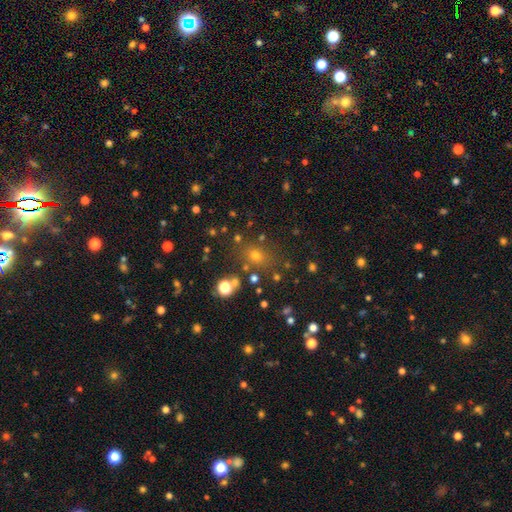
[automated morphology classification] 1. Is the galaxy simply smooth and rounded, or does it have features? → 61% smooth, 29% star or artifact, 10% featured or disk.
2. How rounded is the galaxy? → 60% round, 39% in between, 2% cigar-shaped.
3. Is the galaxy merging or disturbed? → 78% none, 11% minor disturbance, 6% merger, 5% major disturbance.